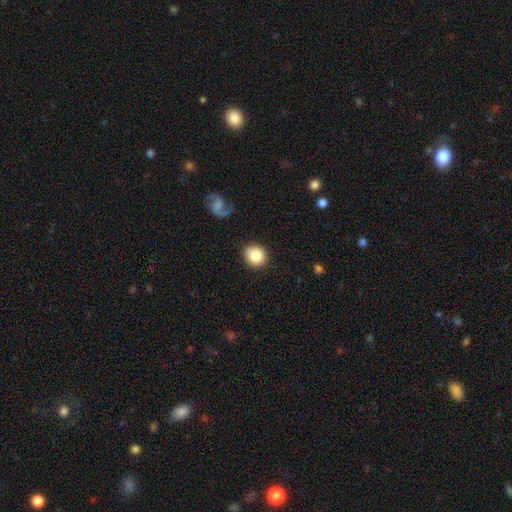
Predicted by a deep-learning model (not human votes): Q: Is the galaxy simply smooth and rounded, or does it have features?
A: smooth — 83%.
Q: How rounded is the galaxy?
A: round — 89%.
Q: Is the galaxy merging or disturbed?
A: none — 83%.